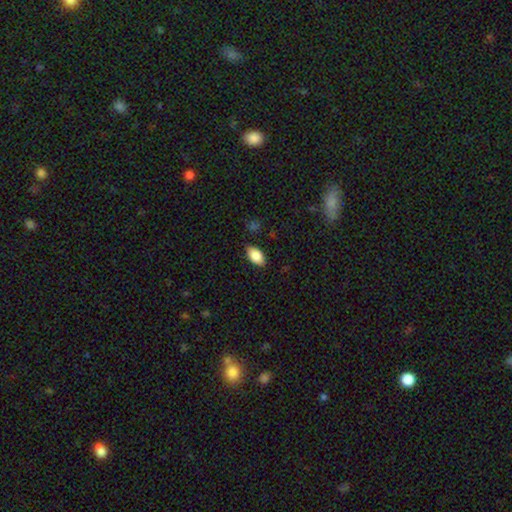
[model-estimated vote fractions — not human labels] A smooth galaxy with no disk features (87%) that is in between round and cigar-shaped (93%).

Vote fractions:
- Smooth or featured? smooth: 87% / star or artifact: 7% / featured or disk: 6%
- How rounded? in between: 93% / round: 4% / cigar-shaped: 3%
- Merging? none: 83% / minor disturbance: 13% / major disturbance: 3% / merger: 1%